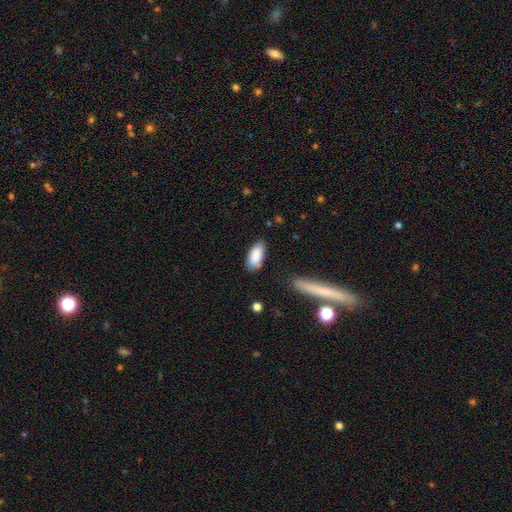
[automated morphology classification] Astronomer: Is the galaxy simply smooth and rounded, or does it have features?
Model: smooth — 87%.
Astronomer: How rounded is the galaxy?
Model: in between — 87%.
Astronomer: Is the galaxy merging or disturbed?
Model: none — 77%.